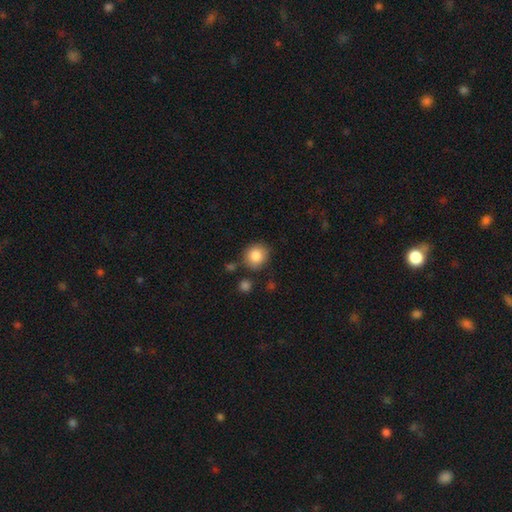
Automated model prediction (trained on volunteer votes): Smooth or featured? smooth (85%)
How rounded? round (85%)
Merging? none (81%)